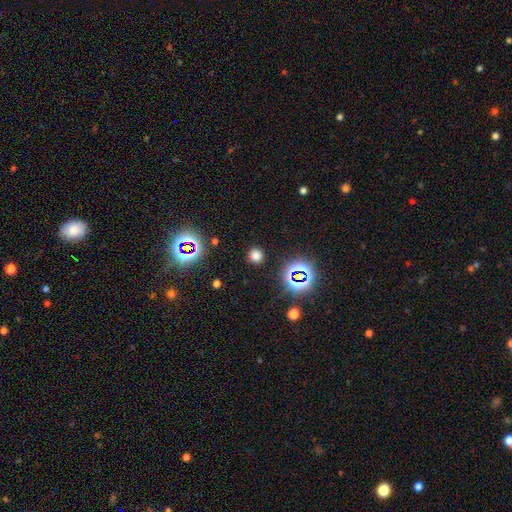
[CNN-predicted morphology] The model was most divided on "smooth or featured": smooth: 68%, star or artifact: 26%, featured or disk: 6%. More confident: merging — none (89%); how rounded — round (89%).